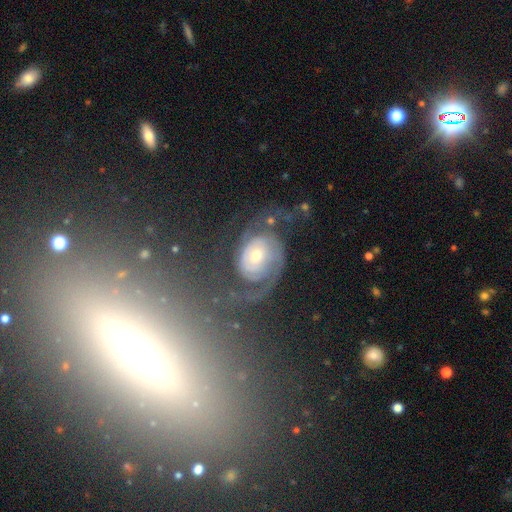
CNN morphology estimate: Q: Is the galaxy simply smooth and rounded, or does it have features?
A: featured or disk — 80%.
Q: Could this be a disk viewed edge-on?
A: no — 97%.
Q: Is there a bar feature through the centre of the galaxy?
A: no — 70%.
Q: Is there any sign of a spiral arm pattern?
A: yes — 92%.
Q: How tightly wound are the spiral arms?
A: tight — 53%.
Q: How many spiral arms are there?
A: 2 — 56%.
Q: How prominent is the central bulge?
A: moderate — 54%.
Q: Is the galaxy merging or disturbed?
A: none — 50%.